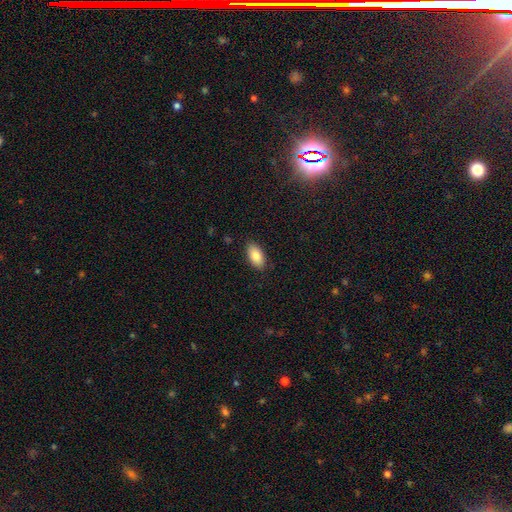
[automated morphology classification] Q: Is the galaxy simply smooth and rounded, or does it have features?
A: smooth — 86%.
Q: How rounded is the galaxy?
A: in between — 94%.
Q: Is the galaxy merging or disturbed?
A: none — 87%.